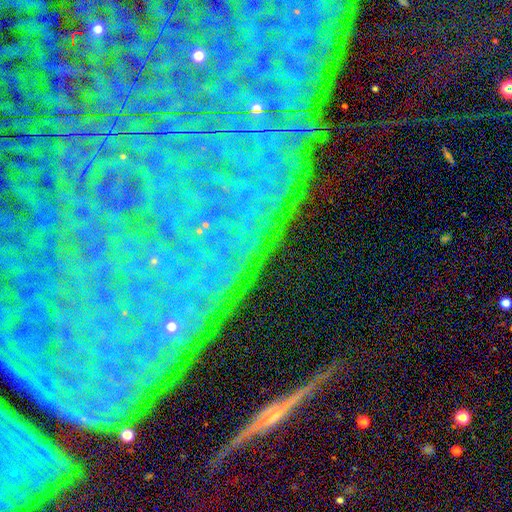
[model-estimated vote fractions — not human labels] smooth-or-featured: star or artifact: 69% | featured or disk: 21% | smooth: 10%